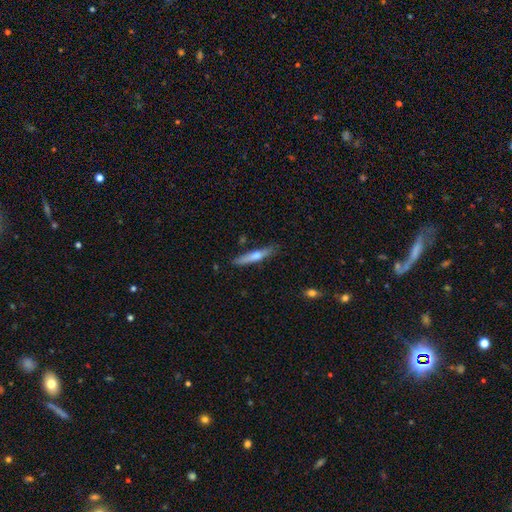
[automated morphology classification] This appears to be a featured or disk galaxy (47%, tied with smooth). Merging: none (85%).